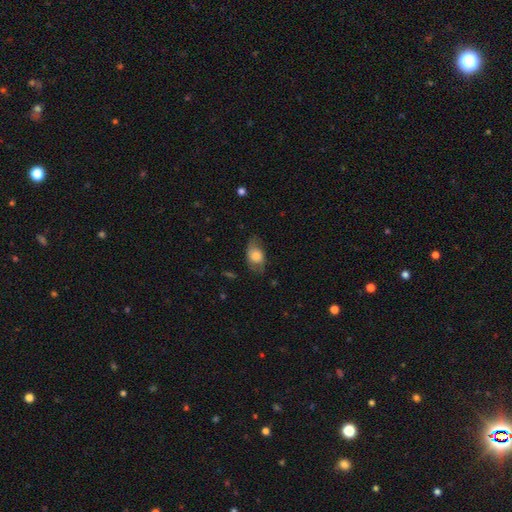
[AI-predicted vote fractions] smooth 65%, featured or disk 27%, star or artifact 8%. Down the decision tree: how rounded — in between (80%); merging — none (57%).